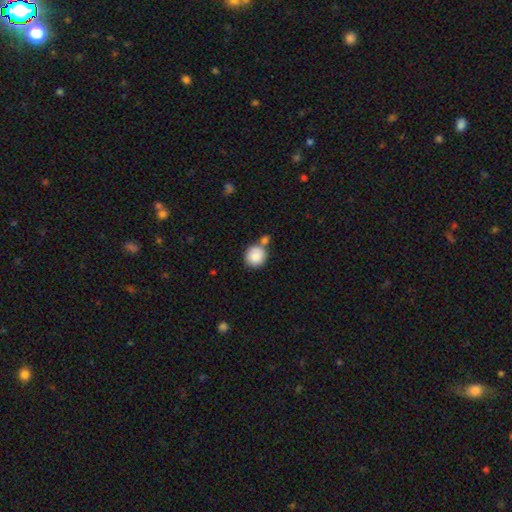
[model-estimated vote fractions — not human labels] A smooth galaxy with no disk features (85%) that is round (91%). Merging: none (60%).